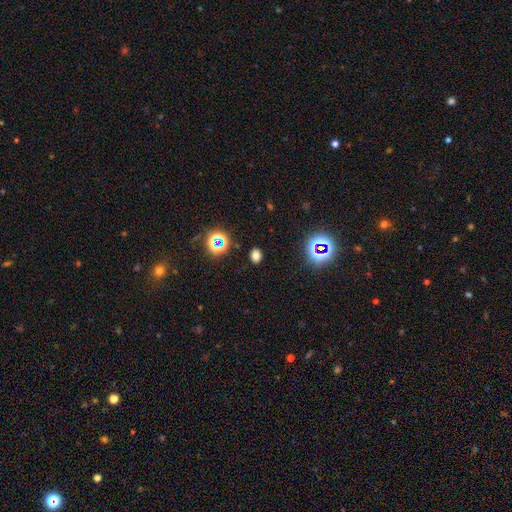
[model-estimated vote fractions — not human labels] Smooth or featured? Predicted: smooth (p=0.69). How rounded? Predicted: in between (p=0.56). Merging? Predicted: none (p=0.88).